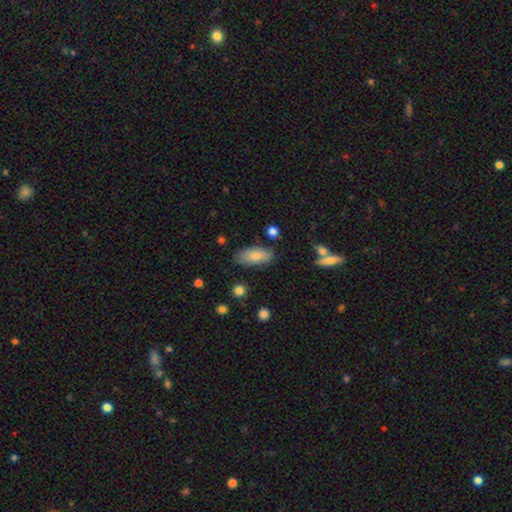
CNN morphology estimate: This is likely a smooth galaxy (79%). How rounded: clearly in between (88%). Merging: likely none (74%).